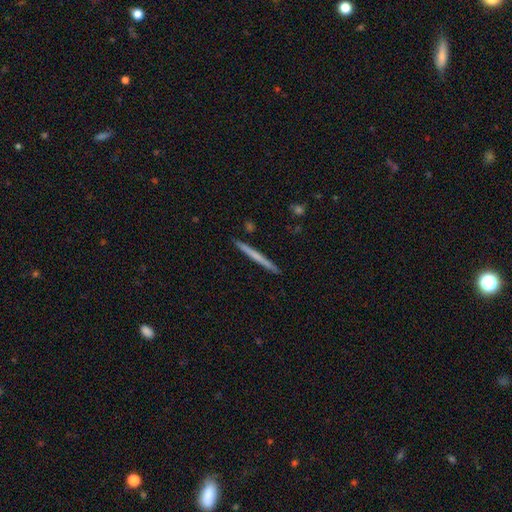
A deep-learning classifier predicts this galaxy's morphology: Q: Smooth or featured?
A: smooth (51%); runner-up: featured or disk (44%)
Q: How rounded?
A: cigar-shaped (97%); runner-up: in between (2%)
Q: Merging?
A: none (92%); runner-up: minor disturbance (6%)